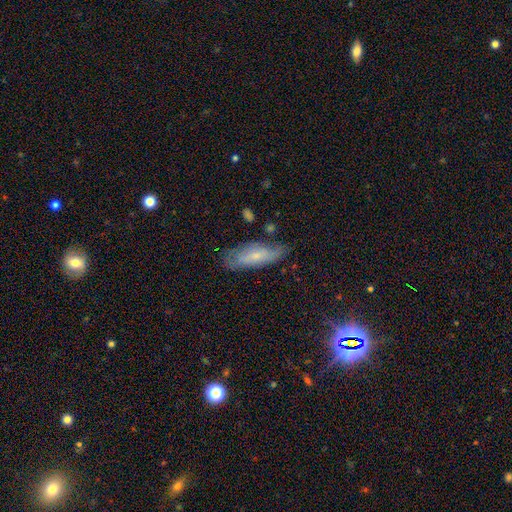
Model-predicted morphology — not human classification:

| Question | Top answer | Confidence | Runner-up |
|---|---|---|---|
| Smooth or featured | smooth | 57% | featured or disk (35%) |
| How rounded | in between | 62% | cigar-shaped (36%) |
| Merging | none | 65% | minor disturbance (25%) |